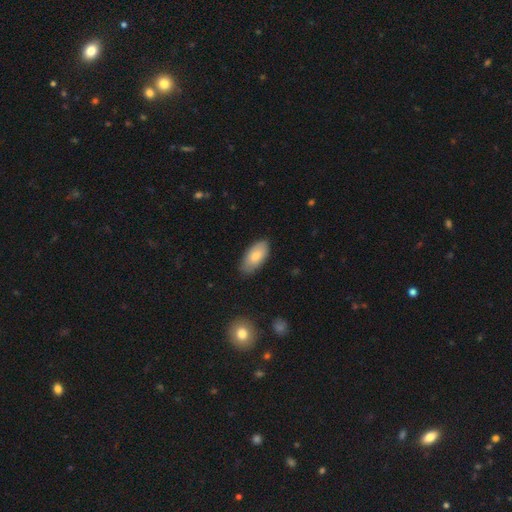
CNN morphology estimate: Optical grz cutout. It shows a smooth galaxy with no disk features (81%) that is in between round and cigar-shaped (92%). Merging: none (82%).